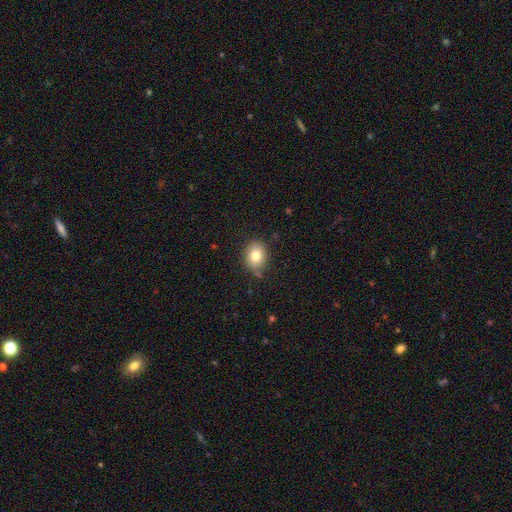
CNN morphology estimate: smooth-or-featured: smooth: 78% | featured or disk: 11% | star or artifact: 10%
  how-rounded: round: 54% | in between: 45% | cigar-shaped: 1%
  merging: none: 81% | minor disturbance: 14% | major disturbance: 3% | merger: 2%